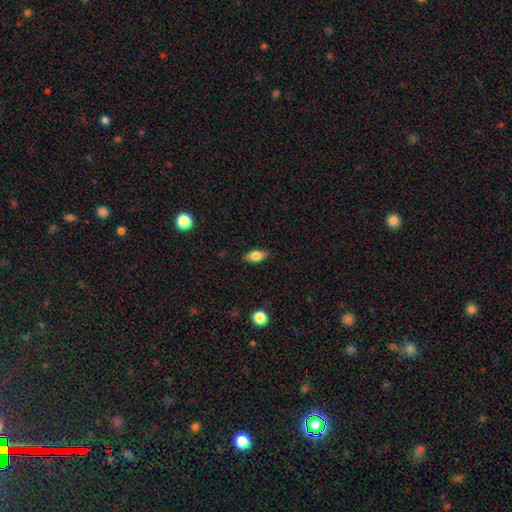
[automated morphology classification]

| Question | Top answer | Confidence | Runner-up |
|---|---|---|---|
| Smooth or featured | smooth | 77% | featured or disk (15%) |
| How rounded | in between | 84% | cigar-shaped (10%) |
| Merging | none | 85% | minor disturbance (11%) |